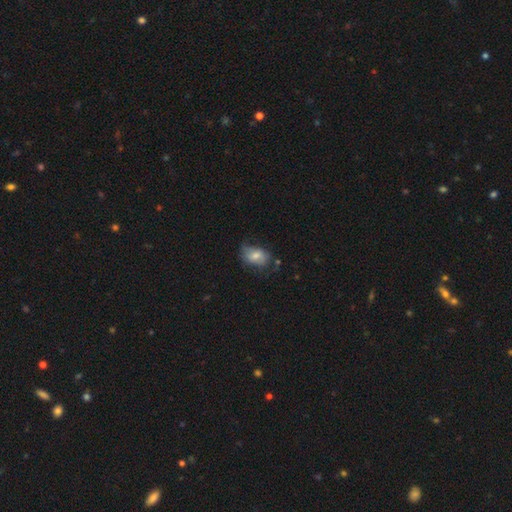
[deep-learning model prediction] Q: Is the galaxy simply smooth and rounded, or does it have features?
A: smooth — 70%.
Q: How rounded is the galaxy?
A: in between — 82%.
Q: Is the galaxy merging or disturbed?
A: none — 51%.